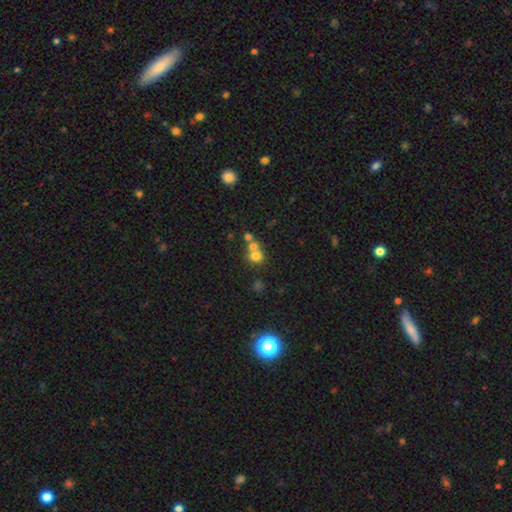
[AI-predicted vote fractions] This appears to be a smooth galaxy with no disk features (68%) that is round (74%). Merging: merger (54%).